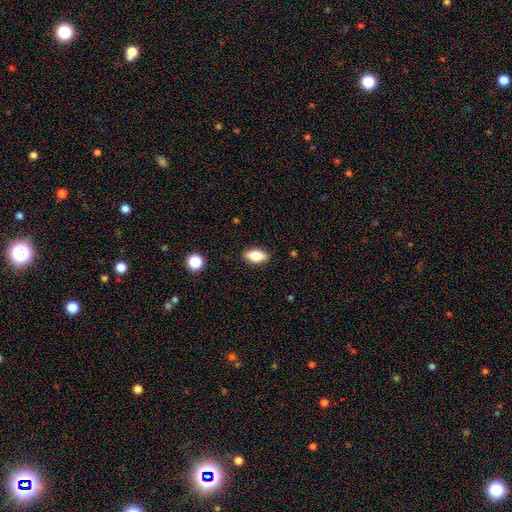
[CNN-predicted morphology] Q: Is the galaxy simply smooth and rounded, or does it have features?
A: smooth — 76%.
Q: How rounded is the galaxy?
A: in between — 86%.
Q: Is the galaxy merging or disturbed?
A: none — 88%.